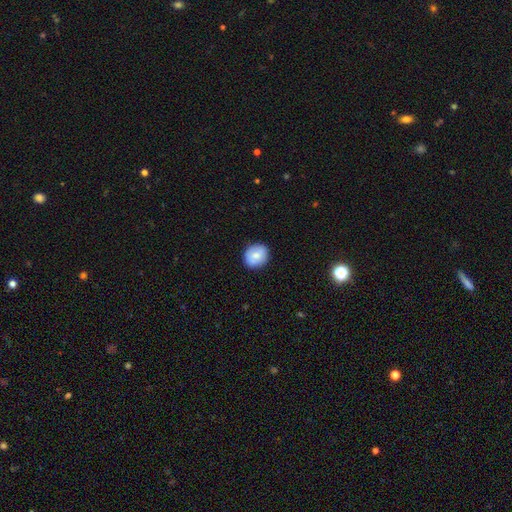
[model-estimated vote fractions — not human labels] Morphology: type=smooth (74%); roundness=round (73%); merging=none (87%).